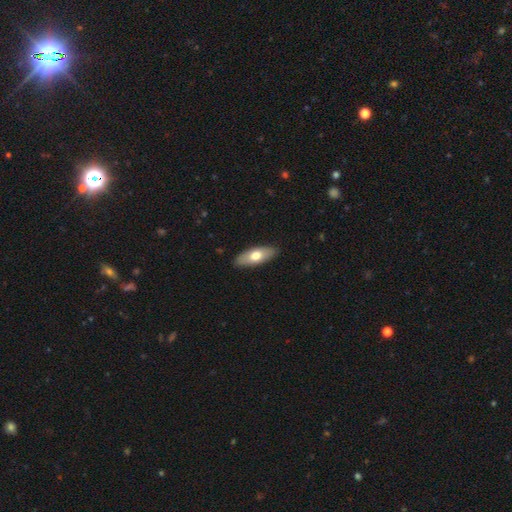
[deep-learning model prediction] smooth-or-featured: smooth: 65% | featured or disk: 30% | star or artifact: 5%
  how-rounded: in between: 79% | cigar-shaped: 19% | round: 3%
  merging: none: 88% | minor disturbance: 10% | major disturbance: 2% | merger: 1%